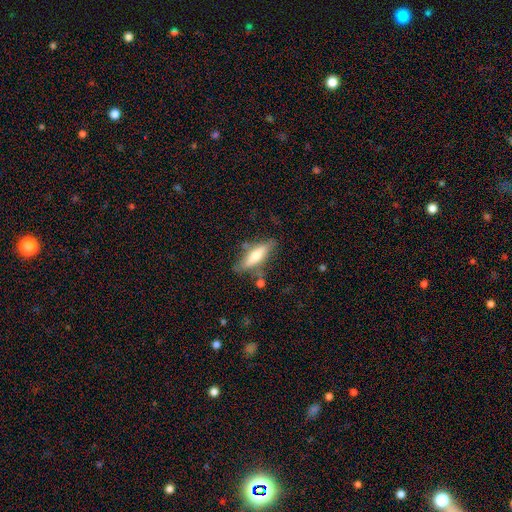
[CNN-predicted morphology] Smooth or featured?
  - smooth: 53% *
  - featured or disk: 41%
  - star or artifact: 6%
How rounded?
  - cigar-shaped: 62% *
  - in between: 36%
  - round: 2%
Merging?
  - none: 67% *
  - minor disturbance: 20%
  - merger: 7%
  - major disturbance: 6%